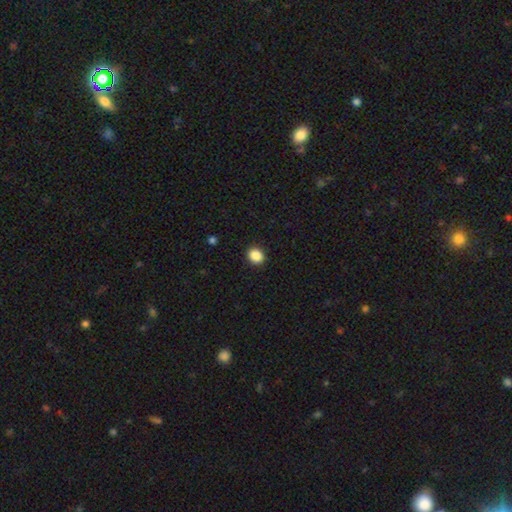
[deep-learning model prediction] This is clearly a smooth galaxy (88%). How rounded: likely round (67%). Merging: clearly none (91%).